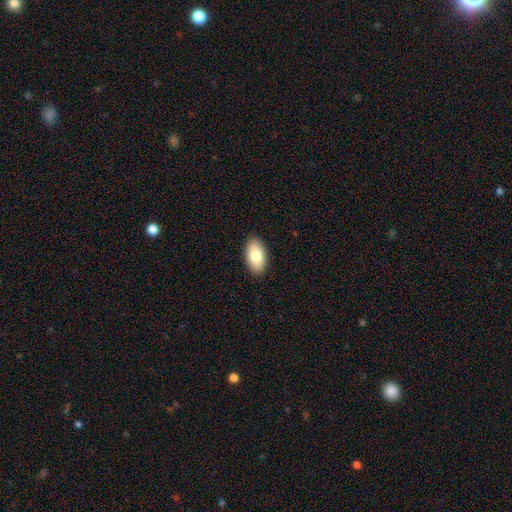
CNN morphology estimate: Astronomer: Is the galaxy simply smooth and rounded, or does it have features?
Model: smooth — 83%.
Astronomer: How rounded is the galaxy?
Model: in between — 95%.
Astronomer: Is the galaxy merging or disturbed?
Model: none — 90%.